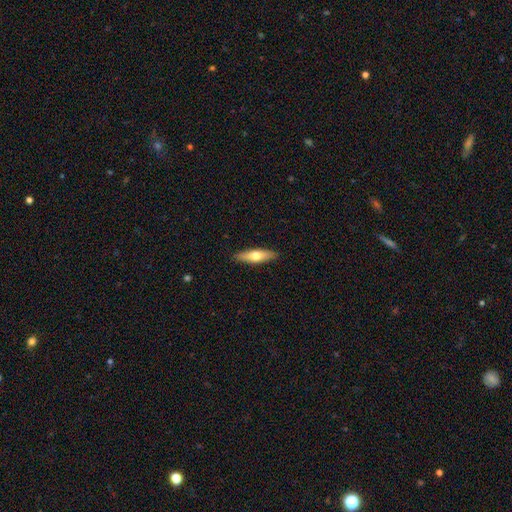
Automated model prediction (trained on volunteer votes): This appears to be a smooth galaxy with no disk features (58%) that is cigar-shaped (62%). Merging: none (90%).